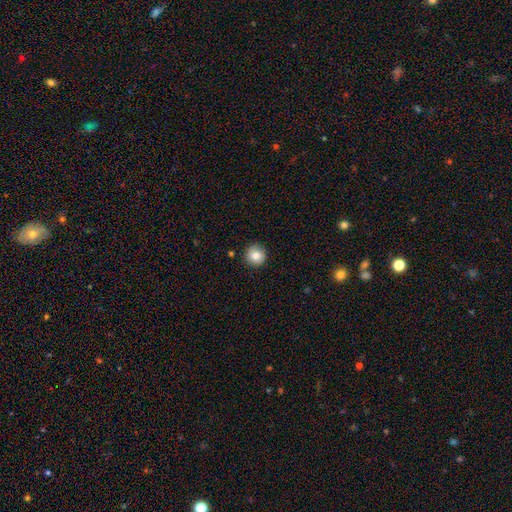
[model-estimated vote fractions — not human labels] The model was most divided on "smooth or featured": smooth: 82%, star or artifact: 9%, featured or disk: 9%. More confident: how rounded — round (95%); merging — none (90%).